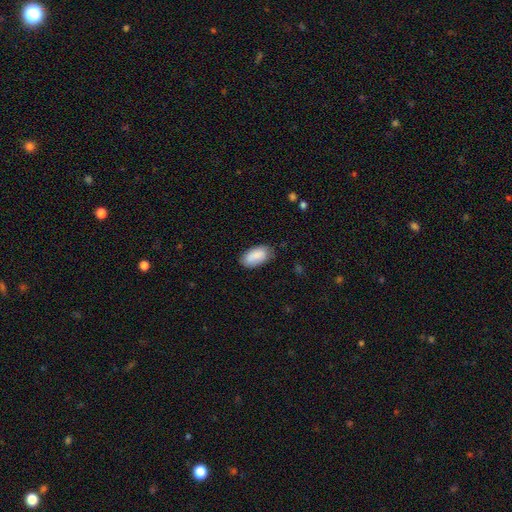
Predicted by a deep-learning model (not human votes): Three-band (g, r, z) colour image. It shows a smooth galaxy with no disk features (87%) that is in between round and cigar-shaped (95%). Merging: none (74%).